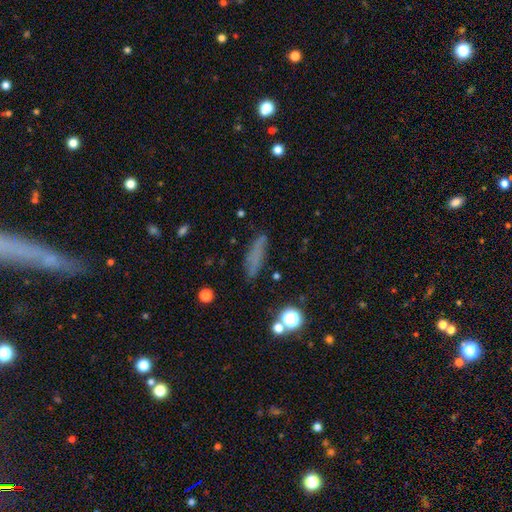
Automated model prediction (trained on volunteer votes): A smooth galaxy with no disk features (64%) that is cigar-shaped (72%). Merging: none (73%).